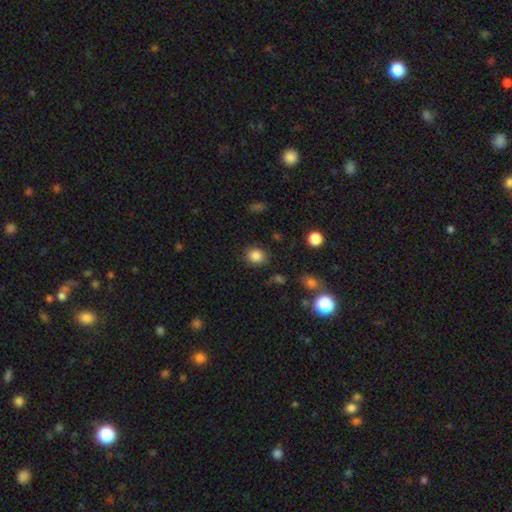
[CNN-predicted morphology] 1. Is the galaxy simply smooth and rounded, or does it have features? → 84% smooth, 10% star or artifact, 5% featured or disk.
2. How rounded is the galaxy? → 68% round, 31% in between, 1% cigar-shaped.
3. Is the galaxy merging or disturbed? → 83% none, 11% minor disturbance, 4% major disturbance, 2% merger.